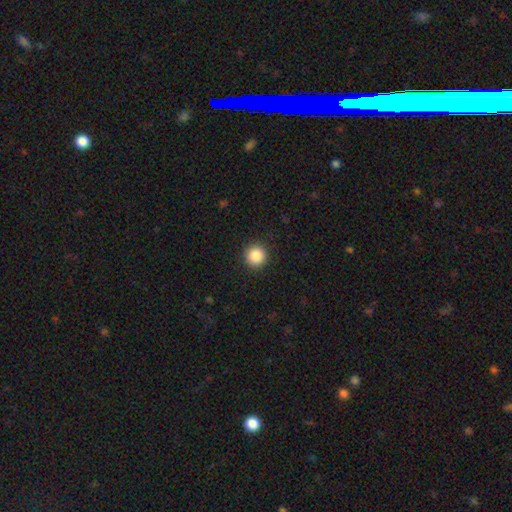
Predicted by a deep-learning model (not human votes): Q: Smooth or featured?
A: smooth (87%); runner-up: star or artifact (9%)
Q: How rounded?
A: round (95%); runner-up: in between (4%)
Q: Merging?
A: none (92%); runner-up: minor disturbance (5%)